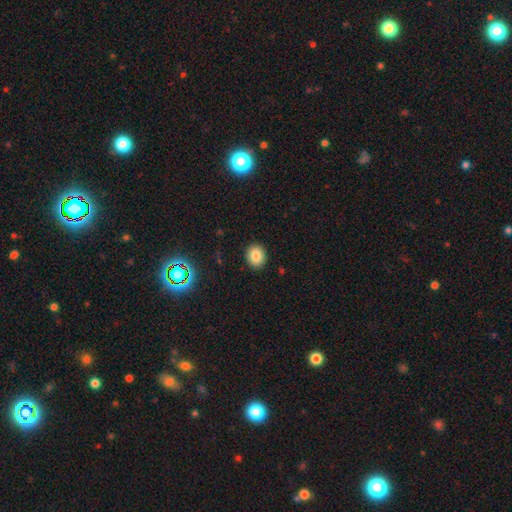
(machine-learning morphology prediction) smooth 83%, star or artifact 11%, featured or disk 6%. Down the decision tree: how rounded — round (60%); merging — none (90%).